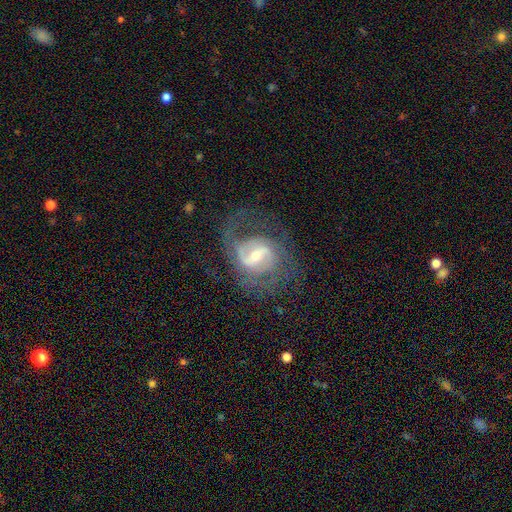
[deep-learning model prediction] This appears to be a featured or disk galaxy (85%) with a weak bar (52%), 2 (64%) medium (48%) spiral arms (93%) and a small central bulge (53%). Merging: none (60%).